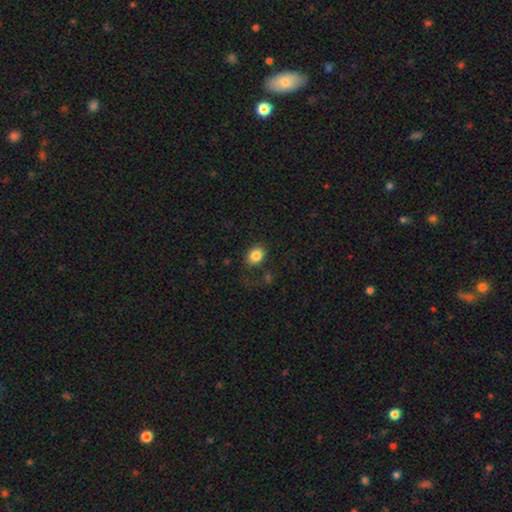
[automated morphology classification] Q: Smooth or featured?
A: smooth (85%); runner-up: star or artifact (9%)
Q: How rounded?
A: in between (64%); runner-up: round (36%)
Q: Merging?
A: none (77%); runner-up: minor disturbance (14%)